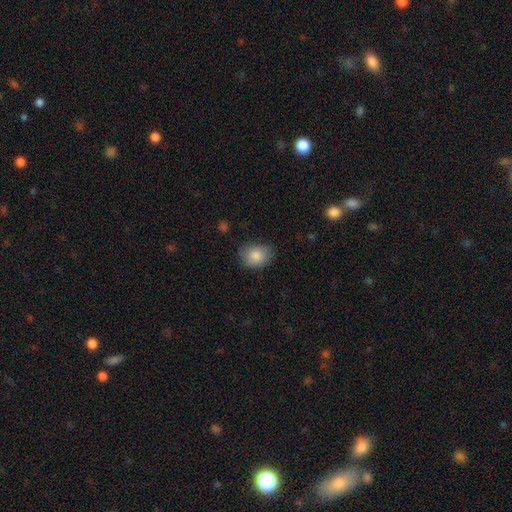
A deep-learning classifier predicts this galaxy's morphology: smooth_or_featured: smooth (p=0.83) [alt: featured or disk p=0.10]
how_rounded: in between (p=0.54) [alt: round p=0.45]
merging: none (p=0.66) [alt: minor disturbance p=0.27]